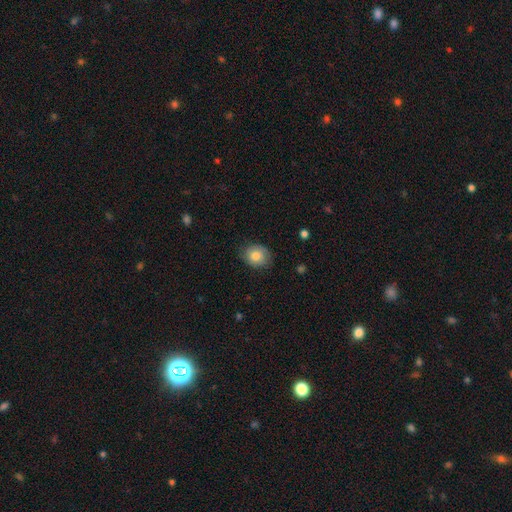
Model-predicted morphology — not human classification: smooth 77%, featured or disk 15%, star or artifact 8%. Down the decision tree: how rounded — round (54%); merging — none (80%).